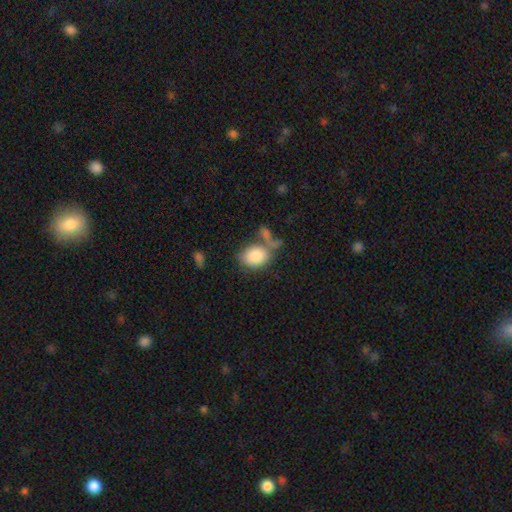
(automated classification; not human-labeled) A smooth galaxy with no disk features (85%) that is in between round and cigar-shaped (67%).

Vote fractions:
- Smooth or featured? smooth: 85% / featured or disk: 8% / star or artifact: 8%
- How rounded? in between: 67% / round: 32% / cigar-shaped: 1%
- Merging? none: 46% / merger: 27% / minor disturbance: 17% / major disturbance: 11%